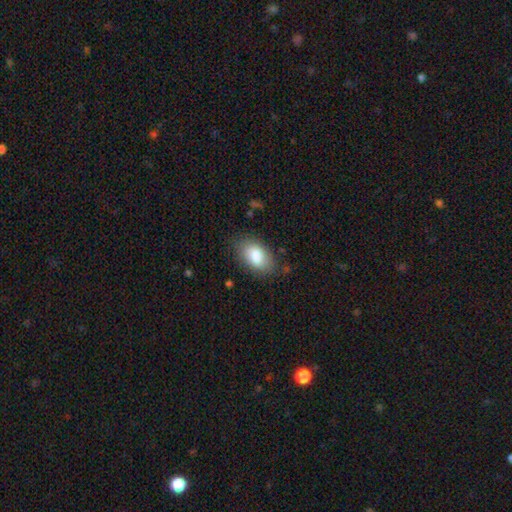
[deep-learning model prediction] This appears to be a smooth galaxy with no disk features (83%) that is in between round and cigar-shaped (92%). Merging: none (80%).